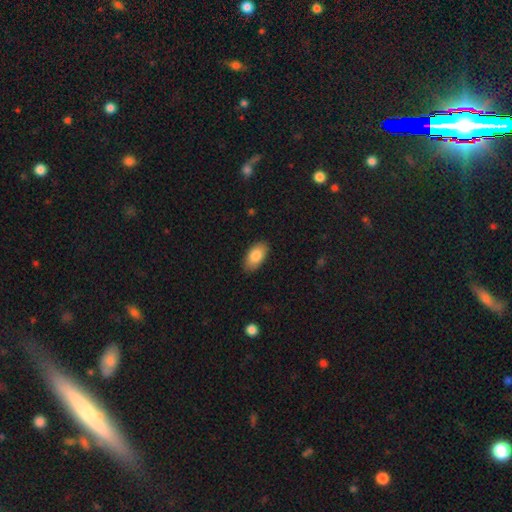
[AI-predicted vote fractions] smooth 84%, featured or disk 10%, star or artifact 6%. Down the decision tree: how rounded — in between (94%); merging — none (87%).